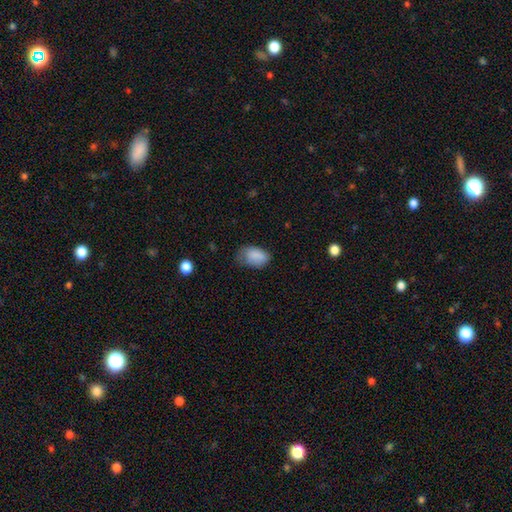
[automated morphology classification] smooth 84%, featured or disk 8%, star or artifact 8%. Down the decision tree: how rounded — in between (87%); merging — none (44%).